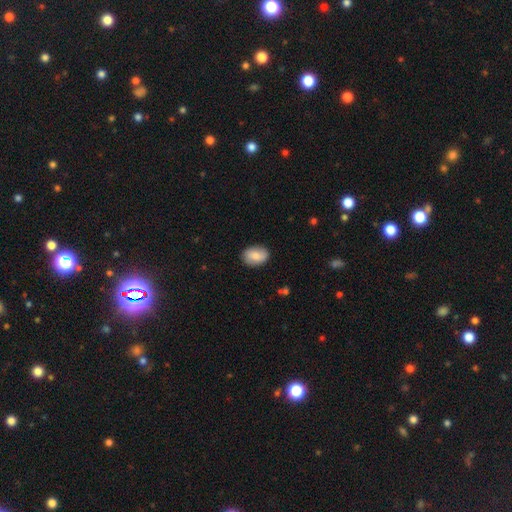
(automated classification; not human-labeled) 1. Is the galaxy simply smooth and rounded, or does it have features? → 81% smooth, 13% featured or disk, 7% star or artifact.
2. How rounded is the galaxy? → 81% in between, 18% round, 1% cigar-shaped.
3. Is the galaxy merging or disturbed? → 86% none, 11% minor disturbance, 2% major disturbance, 1% merger.